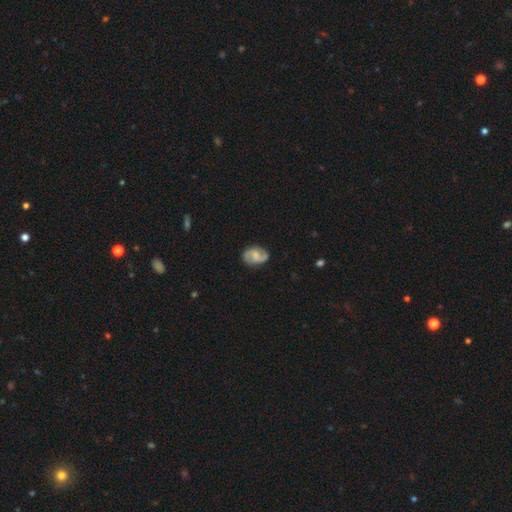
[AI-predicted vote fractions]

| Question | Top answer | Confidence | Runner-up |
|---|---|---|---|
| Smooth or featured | featured or disk | 72% | smooth (22%) |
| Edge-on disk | no | 98% | yes (2%) |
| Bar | weak | 48% | no (42%) |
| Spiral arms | yes | 93% | no (7%) |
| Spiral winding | medium | 50% | loose (28%) |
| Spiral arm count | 2 | 90% | can't tell (5%) |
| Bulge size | moderate | 35% | small (29%) |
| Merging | none | 80% | minor disturbance (15%) |